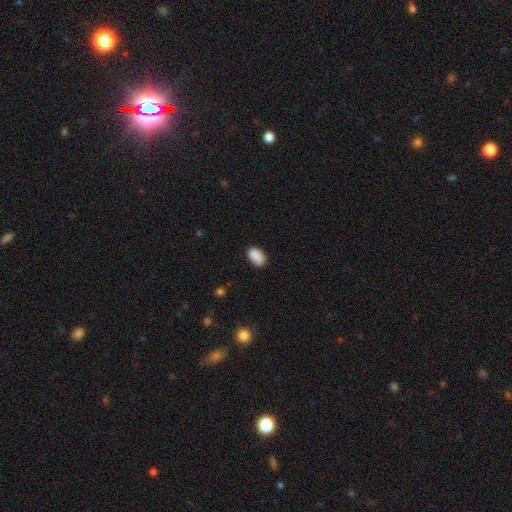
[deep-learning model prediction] Smooth or featured?
  - smooth: 89% *
  - star or artifact: 8%
  - featured or disk: 3%
How rounded?
  - in between: 92% *
  - round: 7%
  - cigar-shaped: 1%
Merging?
  - none: 81% *
  - minor disturbance: 15%
  - major disturbance: 3%
  - merger: 1%